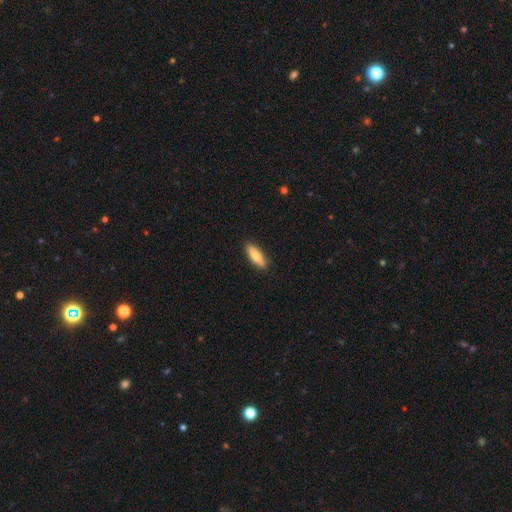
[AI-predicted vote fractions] smooth 71%, featured or disk 23%, star or artifact 6%. Down the decision tree: how rounded — cigar-shaped (55%); merging — none (90%).